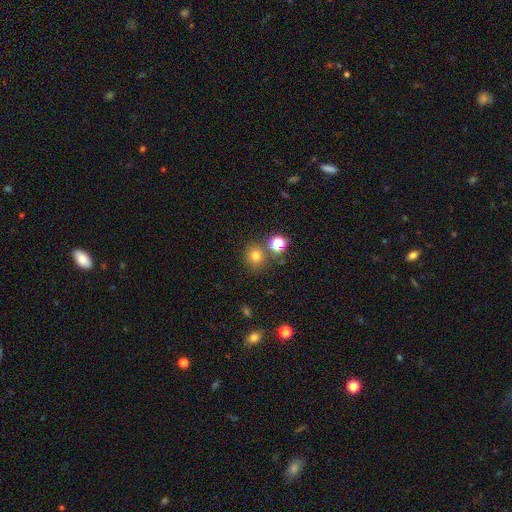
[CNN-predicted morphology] Smooth or featured? Predicted: smooth (p=0.74). How rounded? Predicted: round (p=0.83). Merging? Predicted: none (p=0.74).